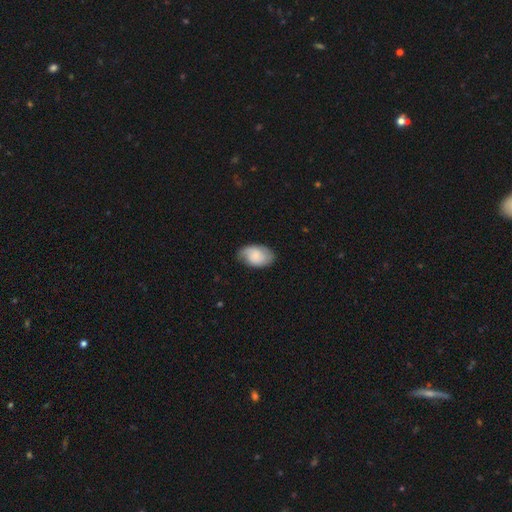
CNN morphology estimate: This is possibly a smooth galaxy (53%). How rounded: clearly in between (88%). Merging: likely none (70%).